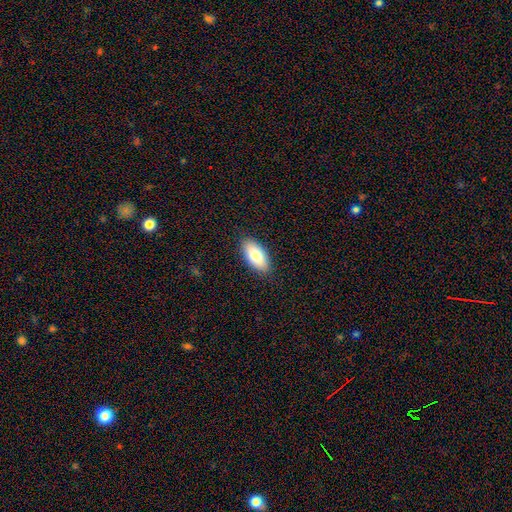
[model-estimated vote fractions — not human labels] This appears to be a smooth galaxy with no disk features (80%) that is in between round and cigar-shaped (92%). Merging: none (88%).